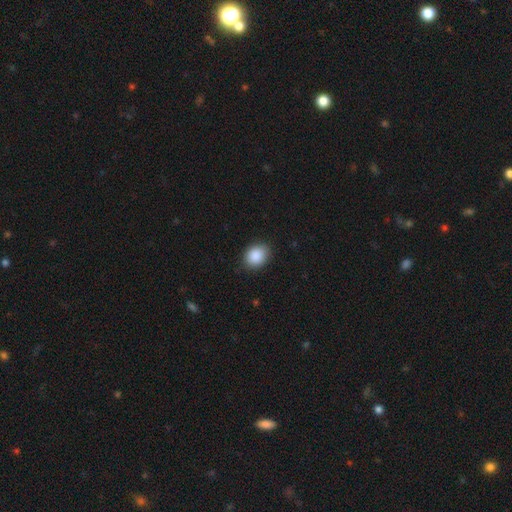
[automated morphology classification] smooth_or_featured: smooth (p=0.89) [alt: star or artifact p=0.08]
how_rounded: in between (p=0.53) [alt: round p=0.46]
merging: none (p=0.86) [alt: minor disturbance p=0.11]